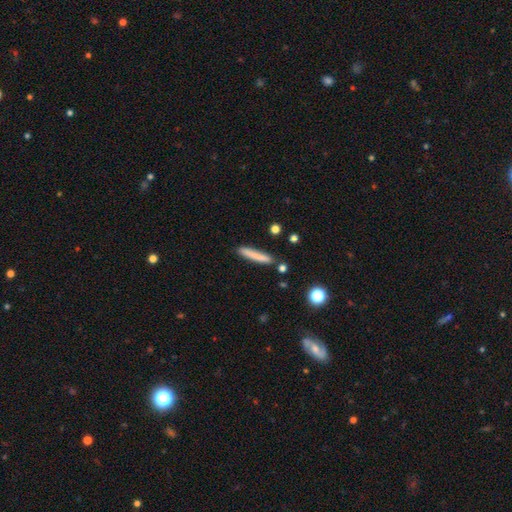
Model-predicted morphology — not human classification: This appears to be a smooth galaxy with no disk features (77%) that is cigar-shaped (93%). Merging: none (82%).